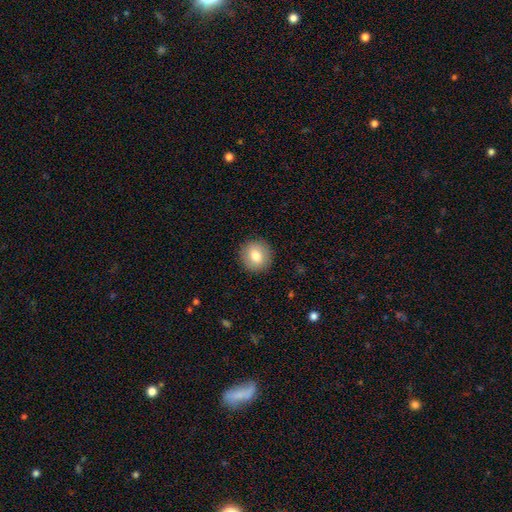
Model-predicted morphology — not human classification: Smooth or featured? smooth (80%)
How rounded? round (88%)
Merging? none (90%)